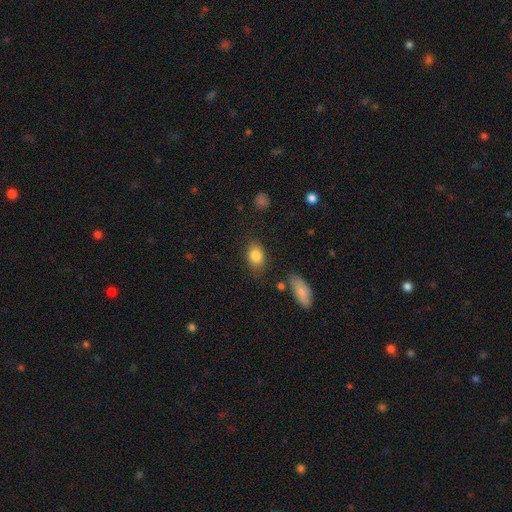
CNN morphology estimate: The model was most divided on "how rounded": in between: 75%, round: 24%, cigar-shaped: 2%. More confident: smooth or featured — smooth (83%); merging — none (77%).